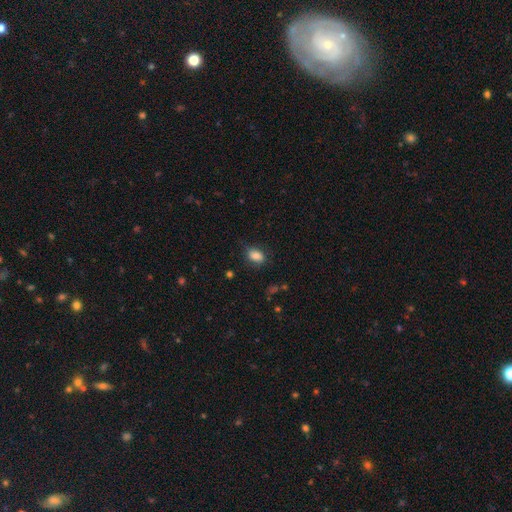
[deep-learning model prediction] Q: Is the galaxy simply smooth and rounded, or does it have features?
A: smooth — 84%.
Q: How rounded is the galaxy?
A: in between — 81%.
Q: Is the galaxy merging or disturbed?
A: none — 66%.